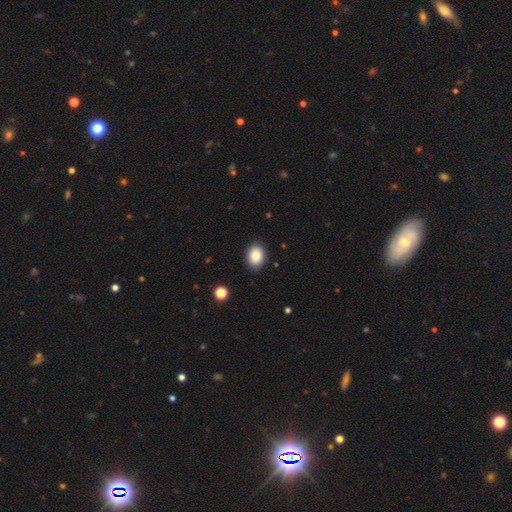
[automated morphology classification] smooth 88%, star or artifact 8%, featured or disk 4%. Down the decision tree: how rounded — in between (65%); merging — none (87%).